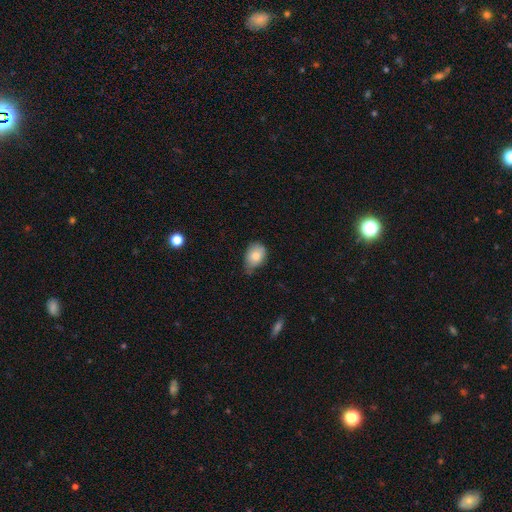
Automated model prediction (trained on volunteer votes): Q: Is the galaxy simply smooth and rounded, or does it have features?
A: smooth — 81%.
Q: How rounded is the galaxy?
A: in between — 70%.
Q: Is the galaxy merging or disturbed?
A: minor disturbance — 46%.